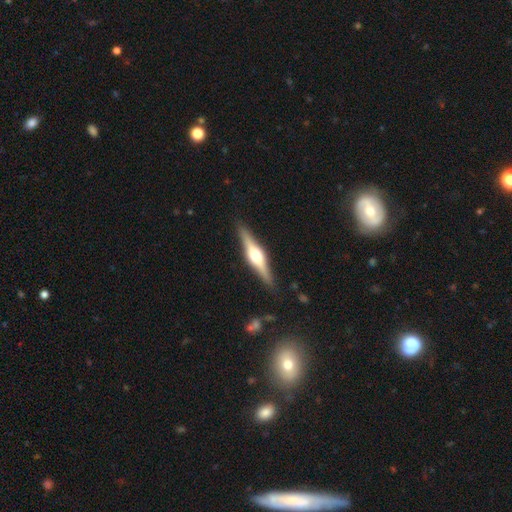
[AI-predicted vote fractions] Morphology: type=featured or disk (75%); edge-on=yes (97%); edge-on bulge=rounded (91%); merging=none (89%).